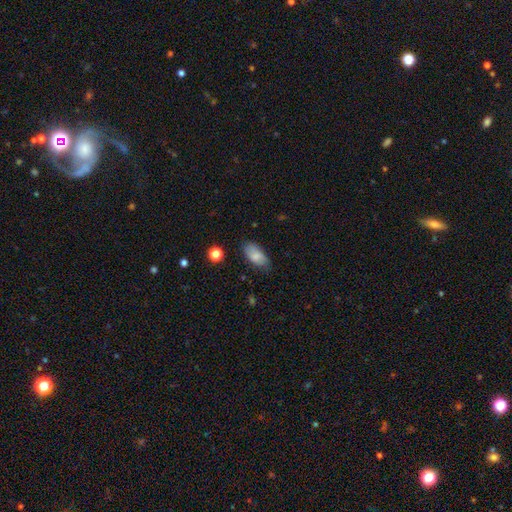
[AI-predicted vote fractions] Smooth or featured? smooth (82%)
How rounded? in between (92%)
Merging? none (73%)